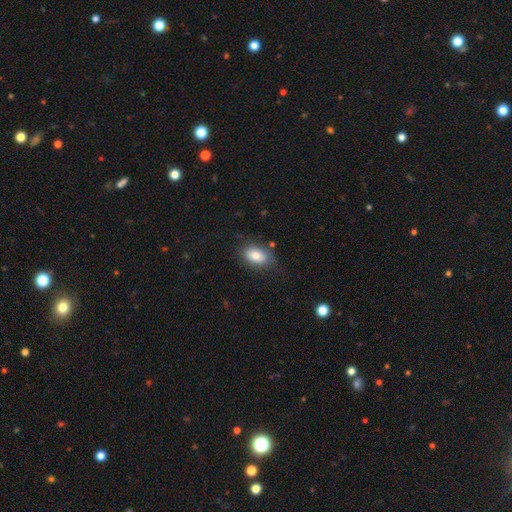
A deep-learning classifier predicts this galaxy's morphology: smooth 83%, featured or disk 10%, star or artifact 7%. Down the decision tree: how rounded — in between (89%); merging — none (74%).